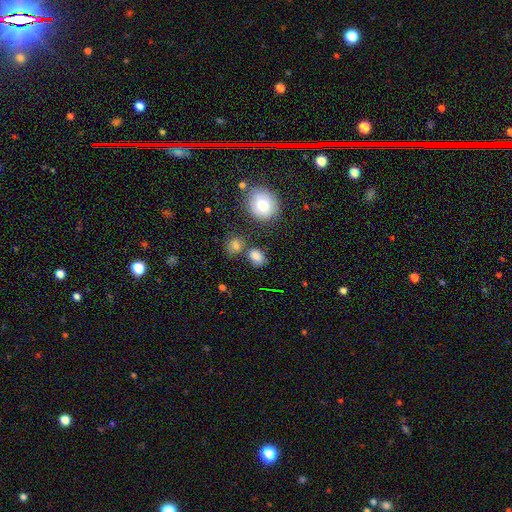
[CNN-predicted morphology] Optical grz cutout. It shows a smooth galaxy with no disk features (80%) that is in between round and cigar-shaped (67%). Merging: none (67%).